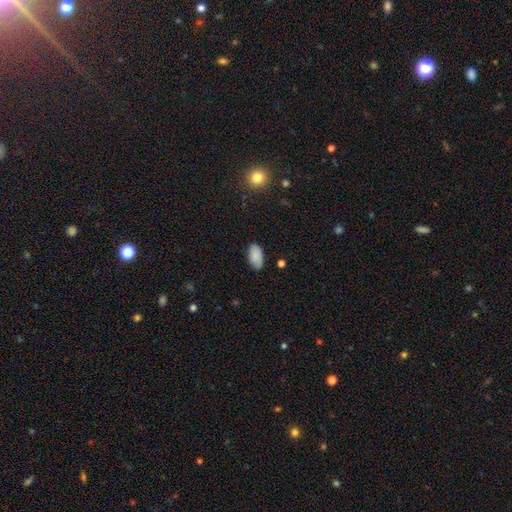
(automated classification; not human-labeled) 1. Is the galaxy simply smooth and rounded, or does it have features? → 85% smooth, 8% featured or disk, 7% star or artifact.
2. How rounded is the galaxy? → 95% in between, 3% round, 2% cigar-shaped.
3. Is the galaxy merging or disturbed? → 76% none, 19% minor disturbance, 3% major disturbance, 1% merger.